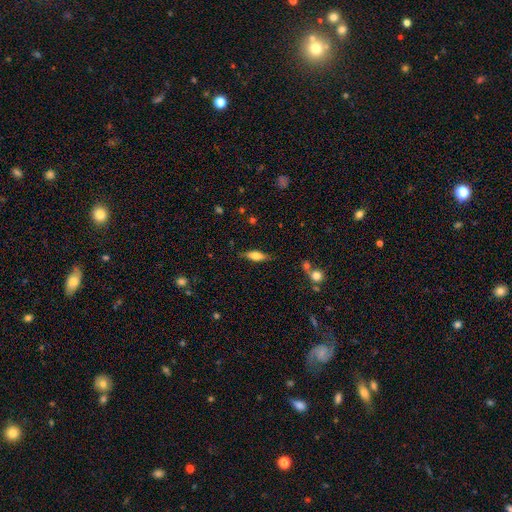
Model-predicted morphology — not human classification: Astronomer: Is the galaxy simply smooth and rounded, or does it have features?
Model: smooth — 53% (runner-up: featured or disk, 40%).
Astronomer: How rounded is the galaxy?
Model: in between — 54% (runner-up: cigar-shaped, 43%).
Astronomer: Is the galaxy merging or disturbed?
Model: none — 80%.